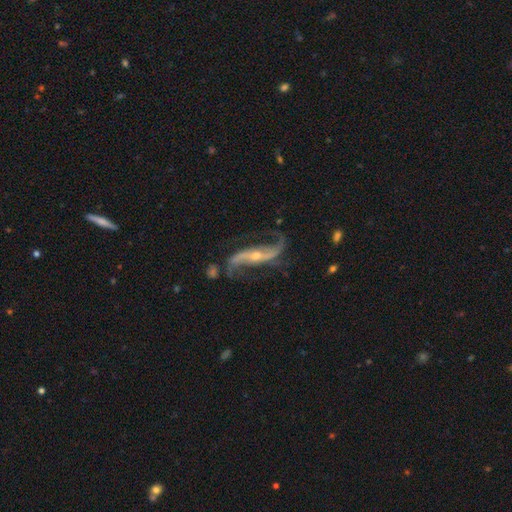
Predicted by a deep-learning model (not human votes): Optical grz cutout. It shows a featured or disk galaxy (90%) with a strong bar (41%), 2 (93%) loose (84%) spiral arms (96%) and a small central bulge (59%). Merging: none (68%).